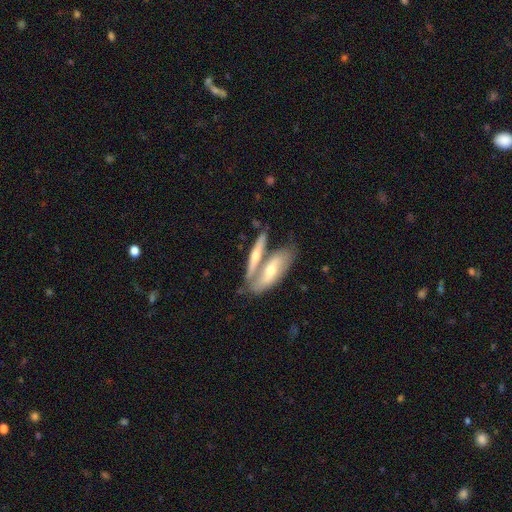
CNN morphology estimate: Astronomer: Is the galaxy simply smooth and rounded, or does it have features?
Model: featured or disk — 57% (runner-up: smooth, 38%).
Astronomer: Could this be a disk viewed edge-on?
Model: yes — 79%.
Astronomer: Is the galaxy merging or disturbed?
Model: merger — 44% (runner-up: none, 43%).